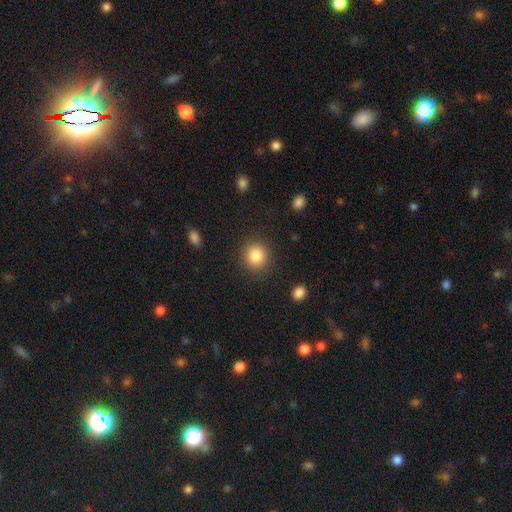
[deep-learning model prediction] Smooth or featured? Predicted: smooth (p=0.85). How rounded? Predicted: round (p=0.89). Merging? Predicted: none (p=0.88).